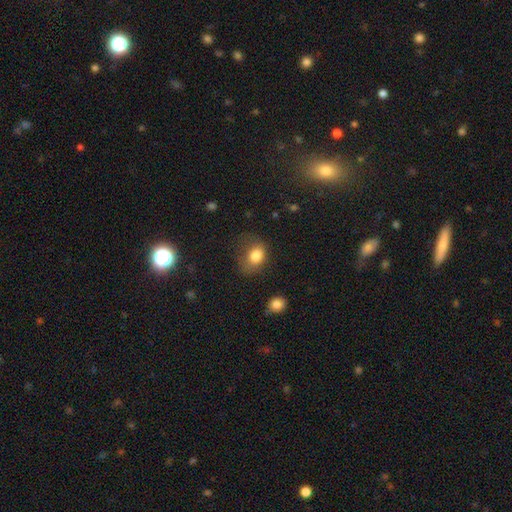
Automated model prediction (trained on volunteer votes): This is clearly a smooth galaxy (80%). How rounded: possibly in between (58%). Merging: possibly none (46%).